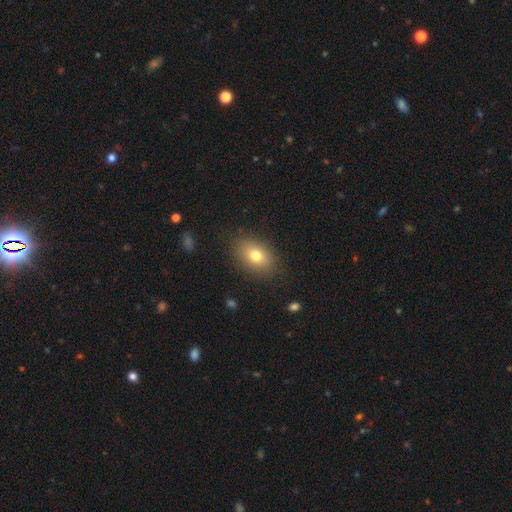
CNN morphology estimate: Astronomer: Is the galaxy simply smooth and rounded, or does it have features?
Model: smooth — 76%.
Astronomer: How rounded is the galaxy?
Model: in between — 80%.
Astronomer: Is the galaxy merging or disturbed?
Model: none — 84%.